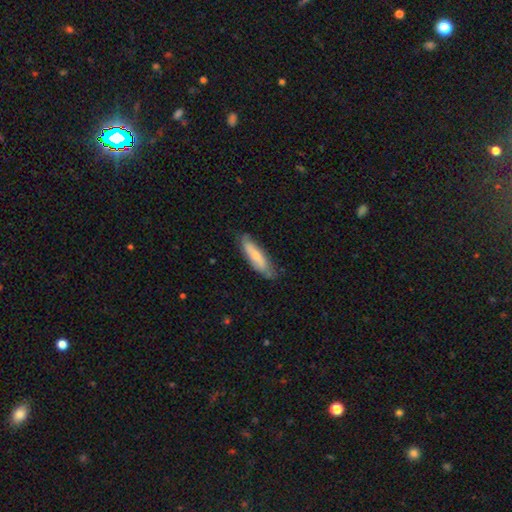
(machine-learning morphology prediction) smooth-or-featured: smooth: 60% | featured or disk: 34% | star or artifact: 6%
  how-rounded: cigar-shaped: 62% | in between: 36% | round: 2%
  merging: none: 73% | minor disturbance: 21% | major disturbance: 4% | merger: 2%